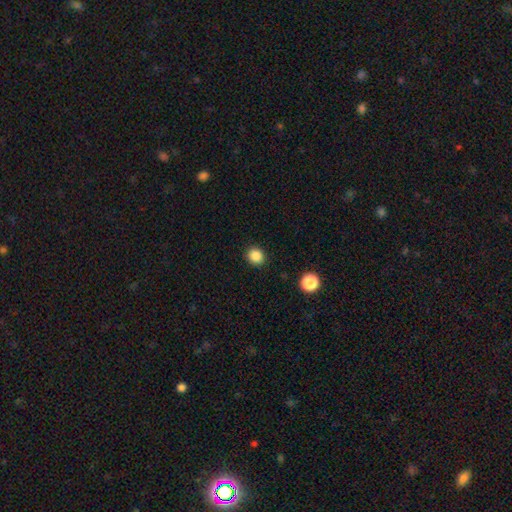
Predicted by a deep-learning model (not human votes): Overall: smooth (86%). How rounded: round (82%). Merging: none (90%).